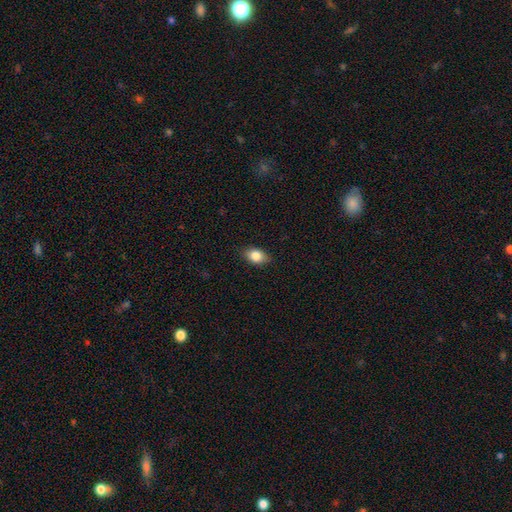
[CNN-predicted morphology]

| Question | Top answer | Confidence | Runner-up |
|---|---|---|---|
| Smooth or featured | smooth | 83% | featured or disk (9%) |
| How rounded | in between | 83% | round (15%) |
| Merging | none | 87% | minor disturbance (10%) |